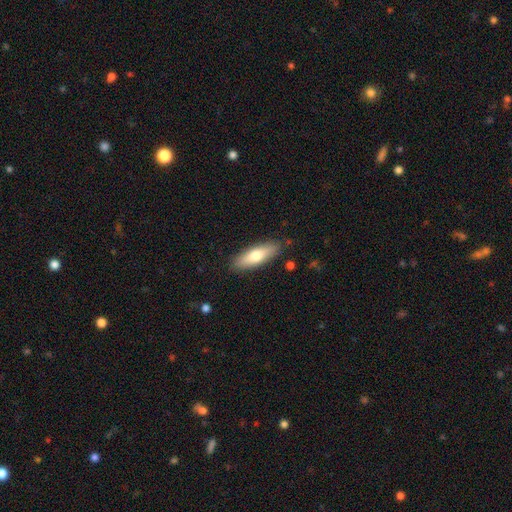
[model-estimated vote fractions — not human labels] This is likely a smooth galaxy (70%). How rounded: possibly in between (49%, tied with cigar-shaped). Merging: clearly none (86%).